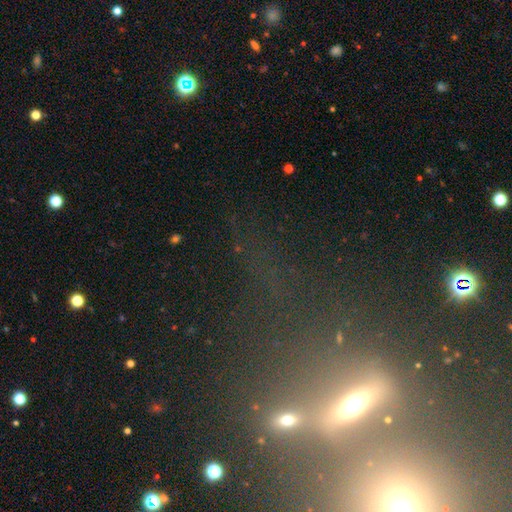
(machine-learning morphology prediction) Smooth or featured? Predicted: star or artifact (p=0.41).